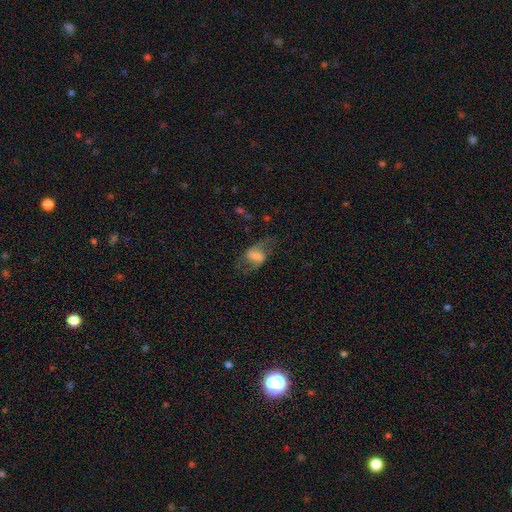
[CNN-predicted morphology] smooth-or-featured: featured or disk: 55% | smooth: 35% | star or artifact: 10%
  disk-edge-on: no: 95% | yes: 5%
    bar: weak: 43% | strong: 32% | no: 25%
    has-spiral-arms: yes: 77% | no: 23%
    bulge-size: none: 34% | large: 21% | small: 20% | moderate: 20% | dominant: 5%
  merging: none: 54% | major disturbance: 24% | minor disturbance: 20% | merger: 2%